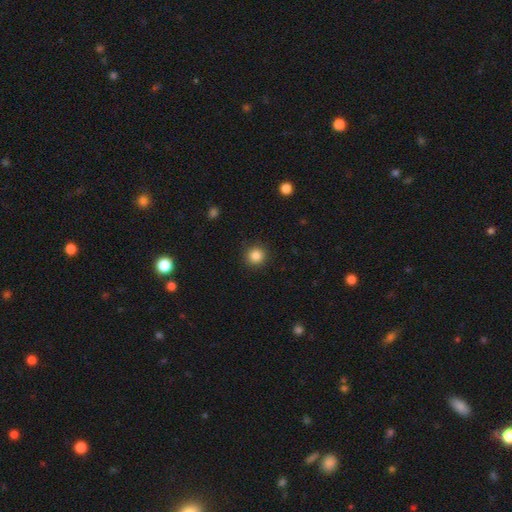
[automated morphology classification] This appears to be a smooth galaxy with no disk features (86%) that is round (94%). Merging: none (91%).